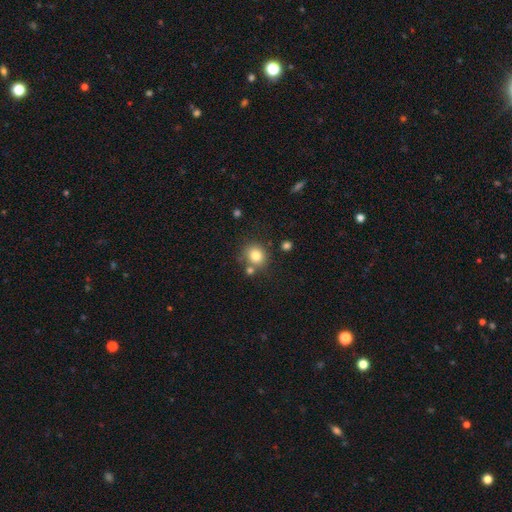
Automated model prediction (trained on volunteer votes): smooth 80%, star or artifact 12%, featured or disk 9%. Down the decision tree: how rounded — round (84%); merging — none (71%).